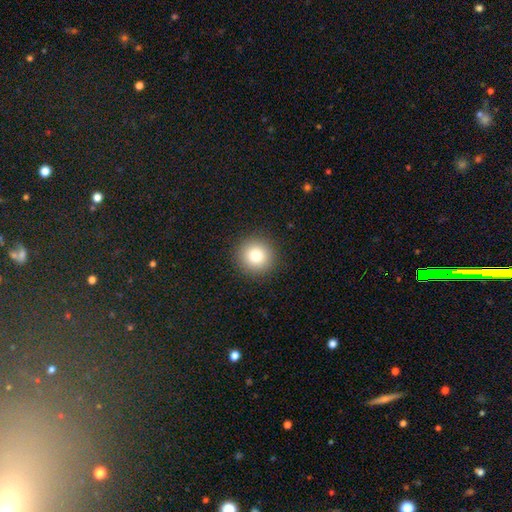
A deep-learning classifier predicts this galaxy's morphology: Q: Smooth or featured?
A: smooth (82%); runner-up: star or artifact (11%)
Q: How rounded?
A: round (94%); runner-up: in between (5%)
Q: Merging?
A: none (92%); runner-up: minor disturbance (5%)